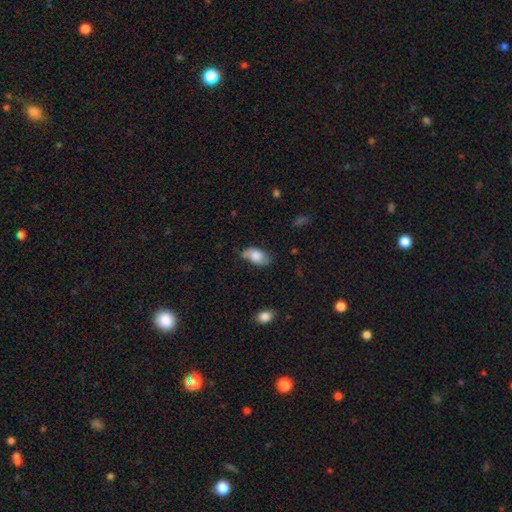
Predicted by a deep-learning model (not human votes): A smooth galaxy with no disk features (74%) that is in between round and cigar-shaped (93%). Merging: none (63%).